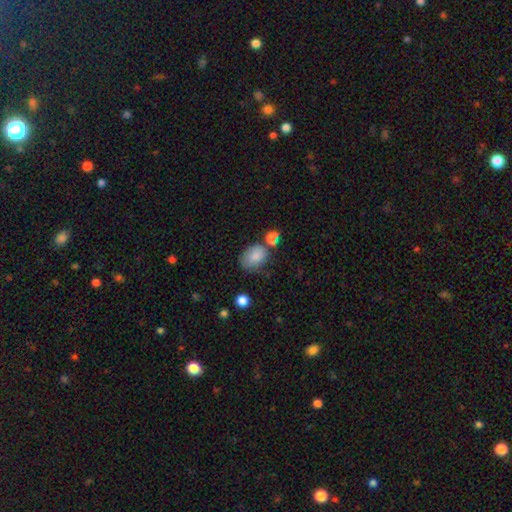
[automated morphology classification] Smooth or featured: smooth — 82% (featured or disk — 9%)
How rounded: in between — 76% (round — 23%)
Merging: none — 56% (minor disturbance — 27%)